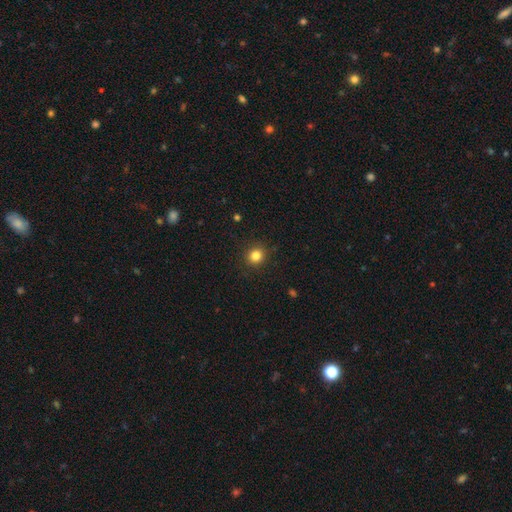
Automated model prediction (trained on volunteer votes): Smooth or featured: smooth — 83% (star or artifact — 12%)
How rounded: round — 86% (in between — 13%)
Merging: none — 91% (minor disturbance — 6%)